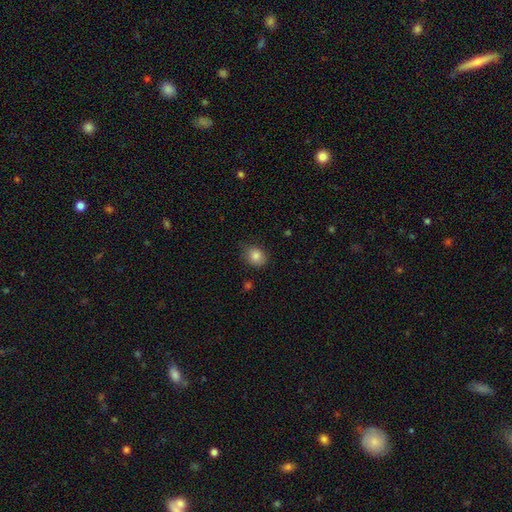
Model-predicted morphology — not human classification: Overall: smooth (85%). How rounded: round (55%; in between 44%). Merging: none (76%).